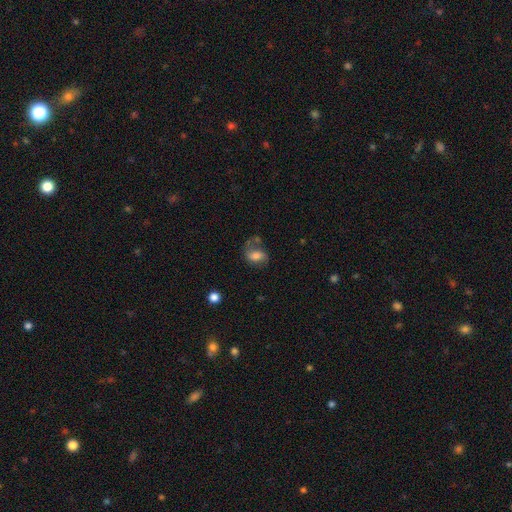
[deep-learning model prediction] Q: Smooth or featured?
A: smooth (56%); runner-up: featured or disk (33%)
Q: How rounded?
A: in between (76%); runner-up: round (21%)
Q: Merging?
A: none (42%); runner-up: minor disturbance (24%)